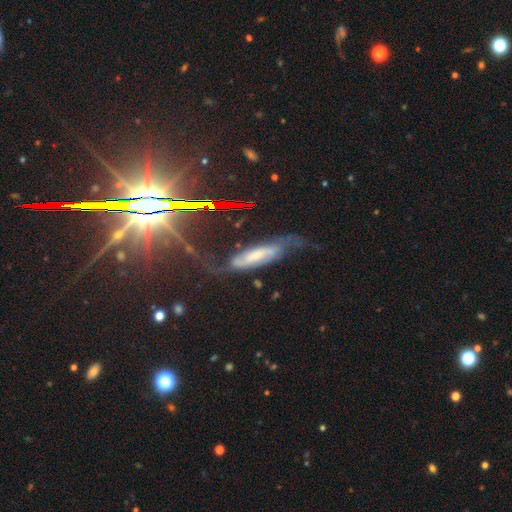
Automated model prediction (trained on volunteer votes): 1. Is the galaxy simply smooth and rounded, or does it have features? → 65% featured or disk, 23% smooth, 12% star or artifact.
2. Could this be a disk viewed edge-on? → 74% no, 26% yes.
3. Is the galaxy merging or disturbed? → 52% none, 26% minor disturbance, 18% major disturbance, 3% merger.